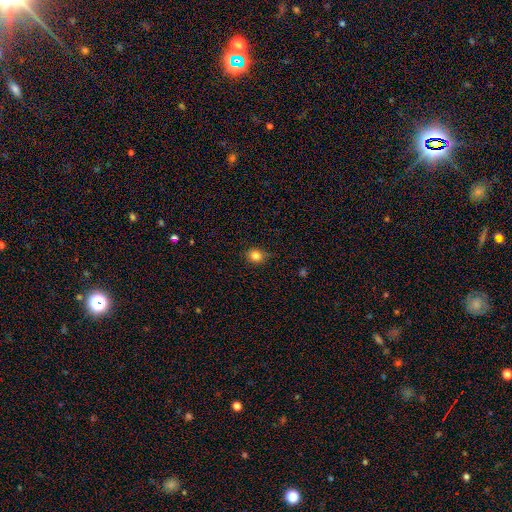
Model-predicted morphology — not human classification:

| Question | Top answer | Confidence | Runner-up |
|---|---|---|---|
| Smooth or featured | smooth | 83% | star or artifact (11%) |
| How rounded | round | 71% | in between (28%) |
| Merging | none | 80% | minor disturbance (16%) |